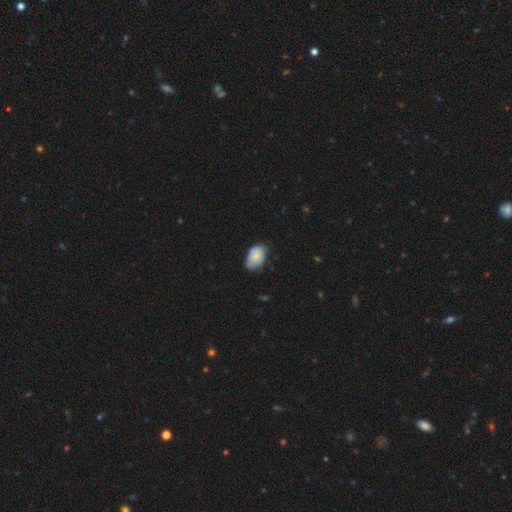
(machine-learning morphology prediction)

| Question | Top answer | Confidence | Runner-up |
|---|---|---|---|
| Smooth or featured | smooth | 79% | featured or disk (14%) |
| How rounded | in between | 86% | round (12%) |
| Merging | none | 56% | minor disturbance (36%) |